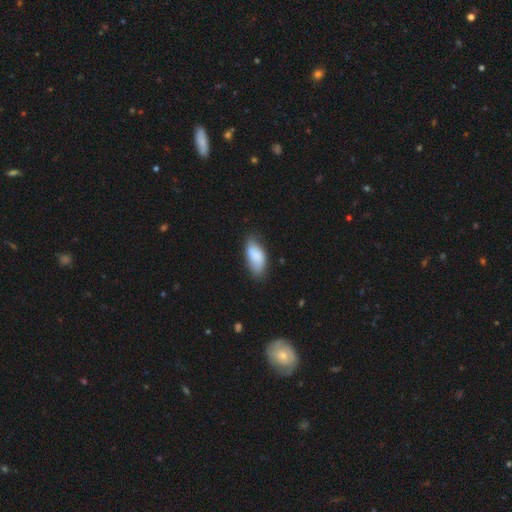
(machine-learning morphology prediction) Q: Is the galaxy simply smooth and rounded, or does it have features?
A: smooth — 83%.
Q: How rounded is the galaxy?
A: in between — 90%.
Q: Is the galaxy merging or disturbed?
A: none — 68%.